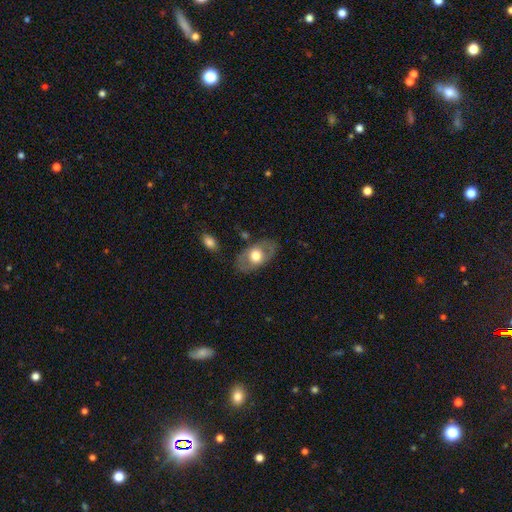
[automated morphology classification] Overall: smooth (50%; featured or disk 44%). How rounded: in between (86%). Merging: none (78%).